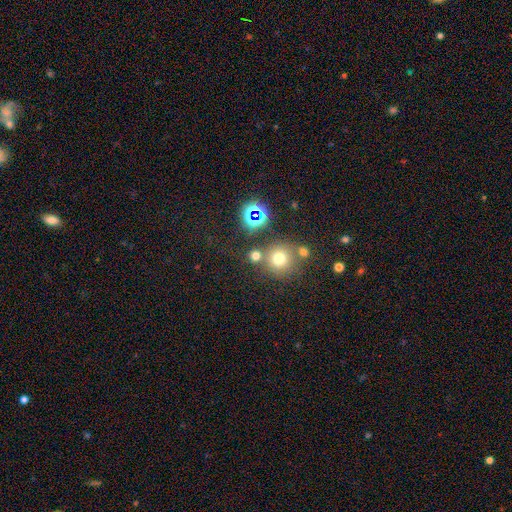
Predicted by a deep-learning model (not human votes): Q: Smooth or featured?
A: smooth (65%); runner-up: star or artifact (27%)
Q: How rounded?
A: round (90%); runner-up: in between (9%)
Q: Merging?
A: none (73%); runner-up: merger (16%)